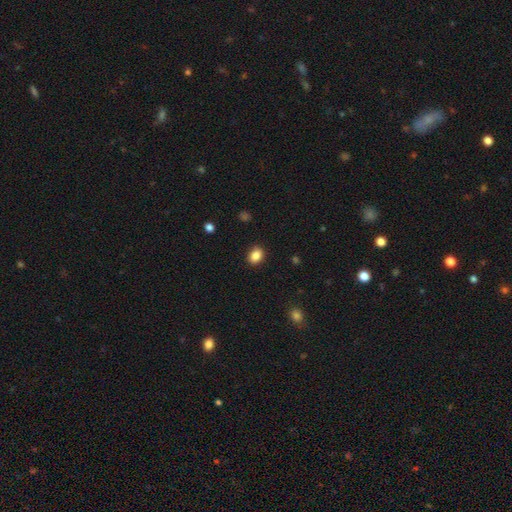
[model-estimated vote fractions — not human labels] Q: Smooth or featured?
A: smooth (87%); runner-up: star or artifact (9%)
Q: How rounded?
A: in between (63%); runner-up: round (36%)
Q: Merging?
A: none (87%); runner-up: minor disturbance (9%)